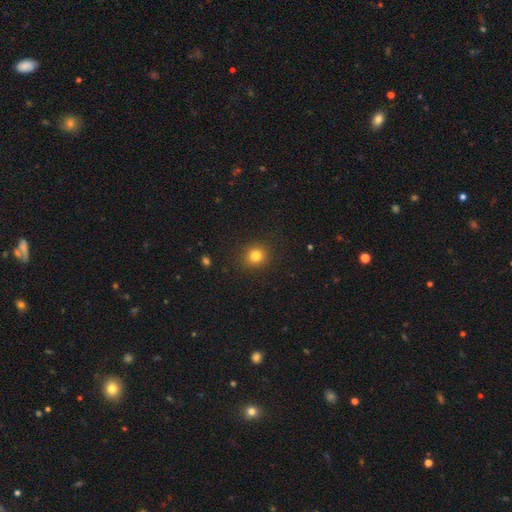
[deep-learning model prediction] smooth_or_featured: smooth (p=0.81) [alt: star or artifact p=0.12]
how_rounded: round (p=0.83) [alt: in between p=0.16]
merging: none (p=0.90) [alt: minor disturbance p=0.07]